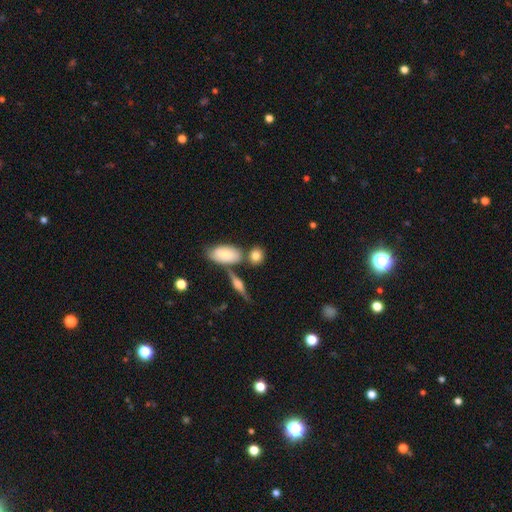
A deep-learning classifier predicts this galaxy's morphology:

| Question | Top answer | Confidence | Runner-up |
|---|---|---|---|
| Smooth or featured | smooth | 77% | featured or disk (15%) |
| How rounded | round | 52% | in between (43%) |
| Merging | none | 65% | merger (17%) |